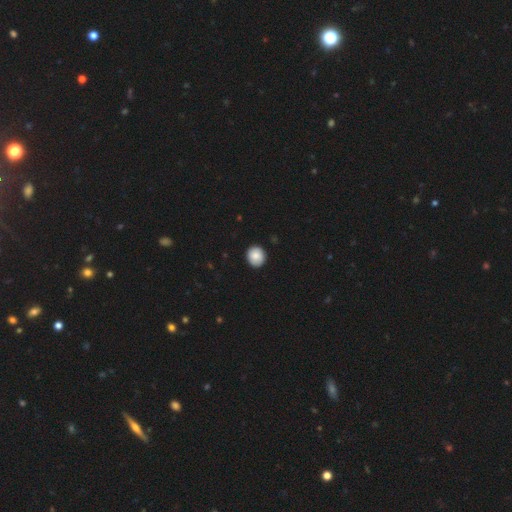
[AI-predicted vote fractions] Smooth or featured: smooth — 87% (star or artifact — 7%)
How rounded: round — 78% (in between — 21%)
Merging: none — 90% (minor disturbance — 8%)